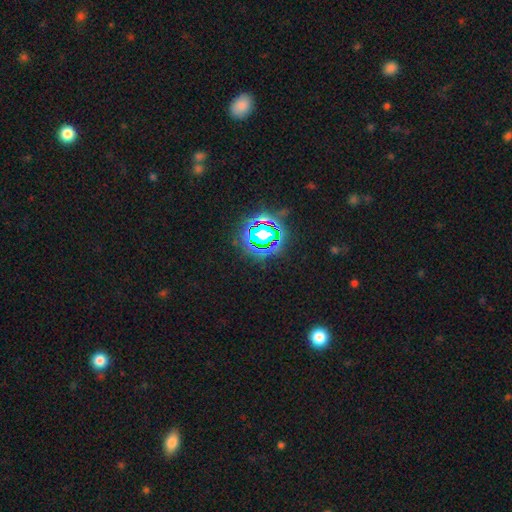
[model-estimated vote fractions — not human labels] This appears to be a star or artifact, not a galaxy (80%).